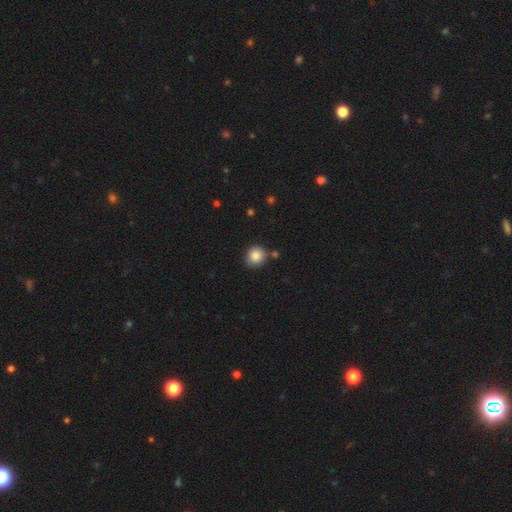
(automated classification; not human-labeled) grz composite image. It shows a smooth galaxy with no disk features (87%) that is round (87%). Merging: none (80%).